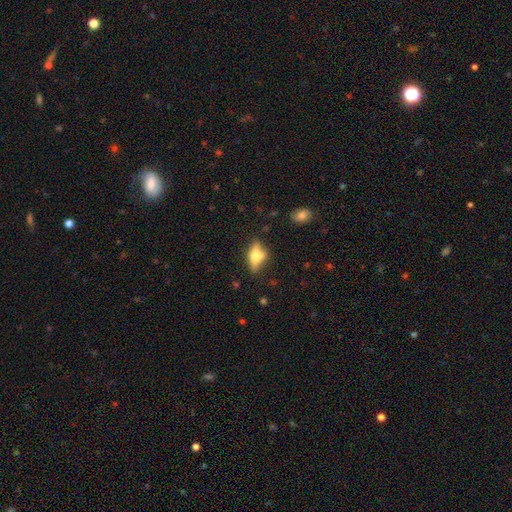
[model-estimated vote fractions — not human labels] Overall: featured or disk (45%; smooth 44%). Merging: none (62%).